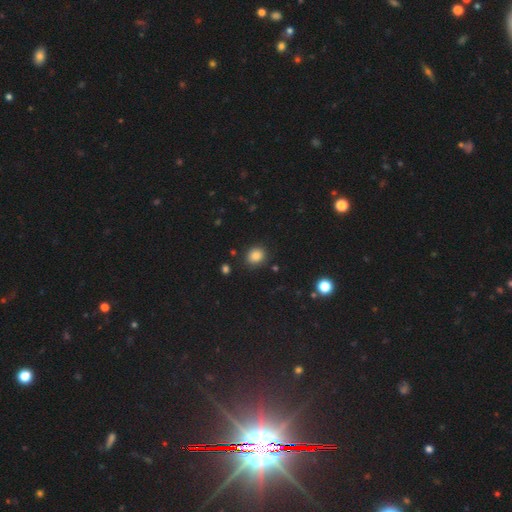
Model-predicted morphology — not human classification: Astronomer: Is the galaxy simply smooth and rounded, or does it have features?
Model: smooth — 84%.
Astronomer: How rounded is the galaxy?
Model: round — 69%.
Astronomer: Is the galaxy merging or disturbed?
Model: none — 87%.